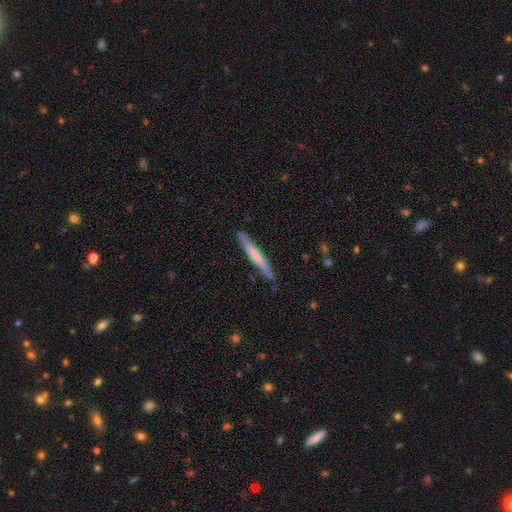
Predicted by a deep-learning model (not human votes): Q: Smooth or featured?
A: smooth (51%); runner-up: featured or disk (44%)
Q: How rounded?
A: cigar-shaped (96%); runner-up: in between (3%)
Q: Merging?
A: none (88%); runner-up: minor disturbance (9%)